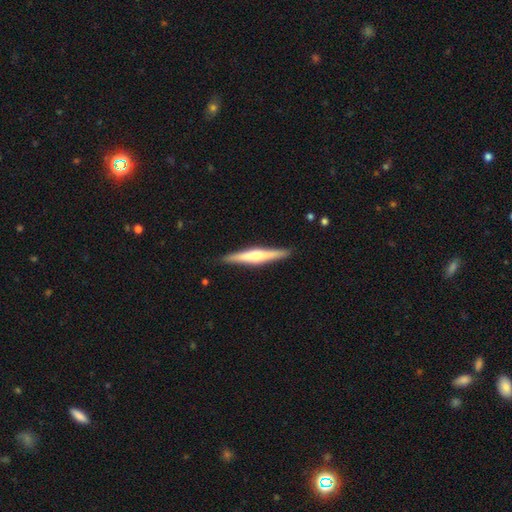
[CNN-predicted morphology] Overall: featured or disk (61%; smooth 34%). Edge-on disk: yes (98%). Edge-on bulge: rounded (78%). Merging: none (90%).